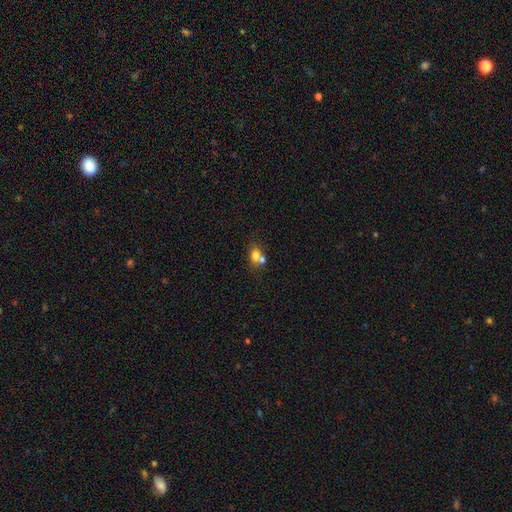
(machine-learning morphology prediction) This is likely a smooth galaxy (72%). How rounded: possibly in between (55%). Merging: possibly merger (52%).